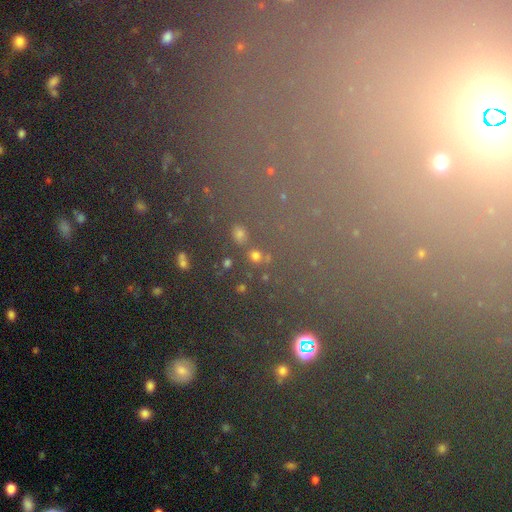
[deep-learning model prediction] The model was most divided on "smooth or featured": smooth: 61%, star or artifact: 30%, featured or disk: 9%. More confident: merging — none (76%); how rounded — round (75%).